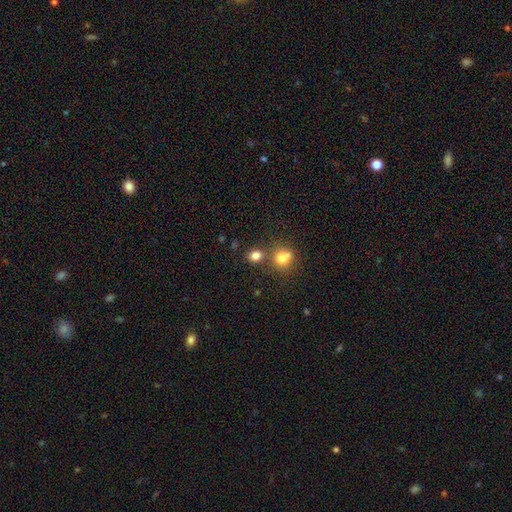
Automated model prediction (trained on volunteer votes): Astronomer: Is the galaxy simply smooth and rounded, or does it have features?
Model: smooth — 79%.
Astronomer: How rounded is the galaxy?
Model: round — 63%.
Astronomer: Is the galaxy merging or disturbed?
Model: none — 61%.